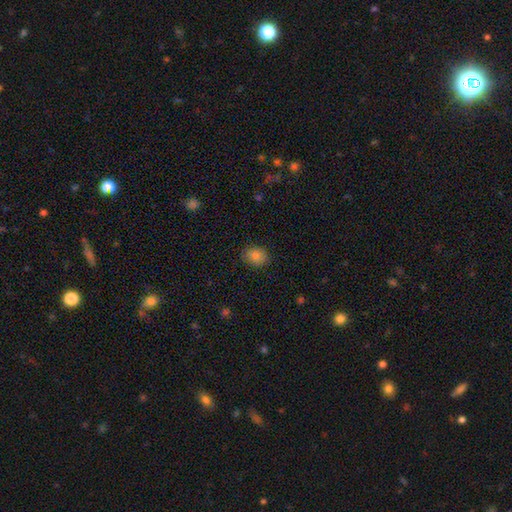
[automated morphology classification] Smooth or featured?
  - smooth: 85% *
  - star or artifact: 10%
  - featured or disk: 5%
How rounded?
  - round: 56% *
  - in between: 44%
  - cigar-shaped: 1%
Merging?
  - none: 85% *
  - minor disturbance: 11%
  - major disturbance: 3%
  - merger: 1%